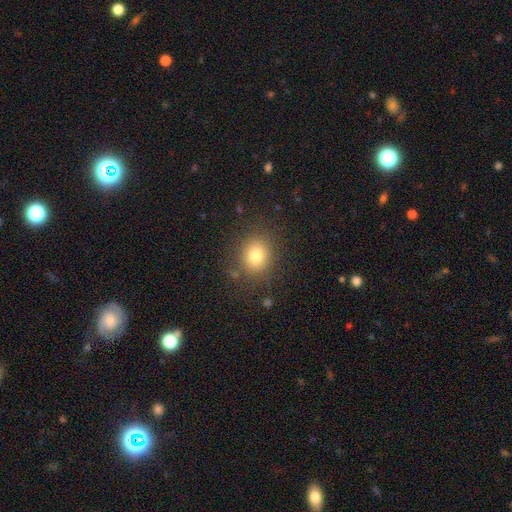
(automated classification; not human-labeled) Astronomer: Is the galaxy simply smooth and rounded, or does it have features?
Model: smooth — 79%.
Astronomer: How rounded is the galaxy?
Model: round — 72%.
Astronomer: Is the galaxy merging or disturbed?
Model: none — 85%.